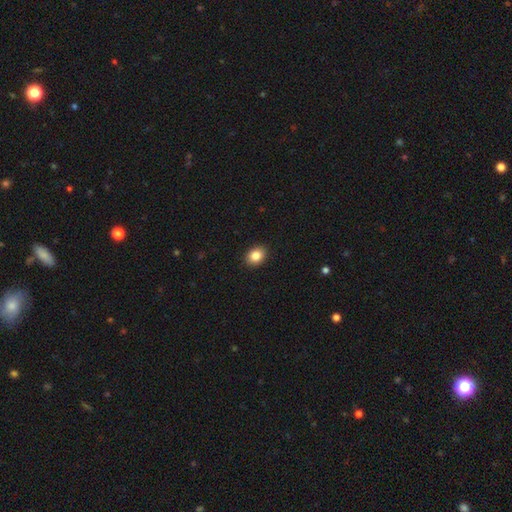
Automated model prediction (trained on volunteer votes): A smooth galaxy with no disk features (85%) that is in between round and cigar-shaped (62%).

Vote fractions:
- Smooth or featured? smooth: 85% / star or artifact: 9% / featured or disk: 6%
- How rounded? in between: 62% / round: 37% / cigar-shaped: 1%
- Merging? none: 91% / minor disturbance: 6% / major disturbance: 2% / merger: 1%